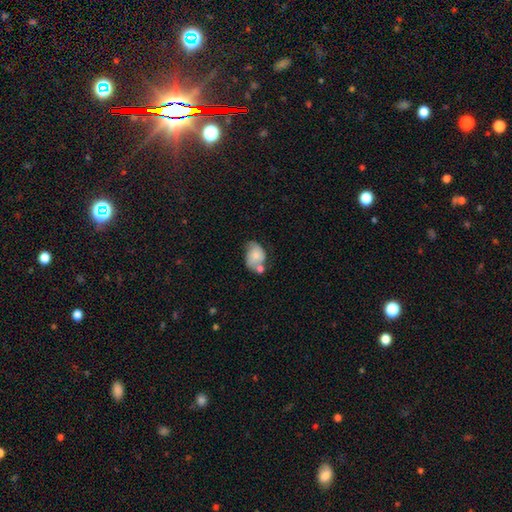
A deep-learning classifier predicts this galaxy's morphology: Q: Smooth or featured?
A: smooth (66%); runner-up: featured or disk (26%)
Q: How rounded?
A: in between (70%); runner-up: round (29%)
Q: Merging?
A: merger (33%); runner-up: none (32%)